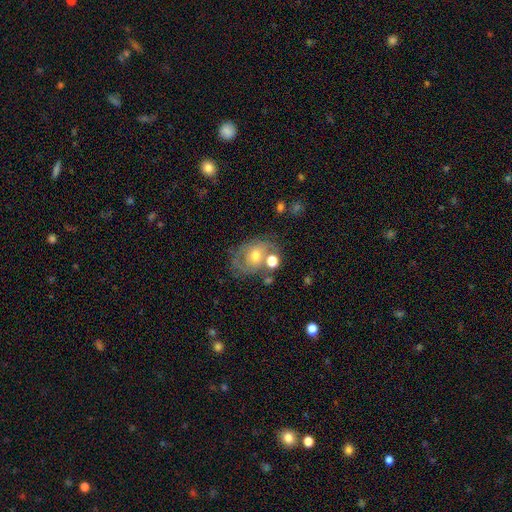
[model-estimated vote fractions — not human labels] Smooth or featured?
  - featured or disk: 45% *
  - smooth: 44%
  - star or artifact: 11%
Merging?
  - none: 44% *
  - minor disturbance: 21%
  - merger: 21%
  - major disturbance: 14%